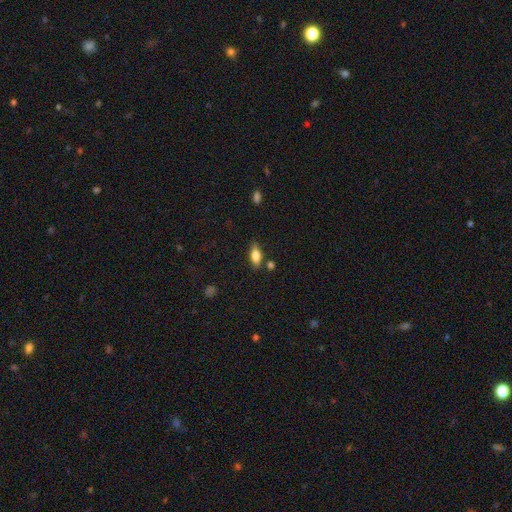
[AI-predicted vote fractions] A smooth galaxy with no disk features (81%) that is in between round and cigar-shaped (82%).

Vote fractions:
- Smooth or featured? smooth: 81% / featured or disk: 12% / star or artifact: 7%
- How rounded? in between: 82% / cigar-shaped: 15% / round: 3%
- Merging? none: 79% / minor disturbance: 14% / merger: 5% / major disturbance: 3%